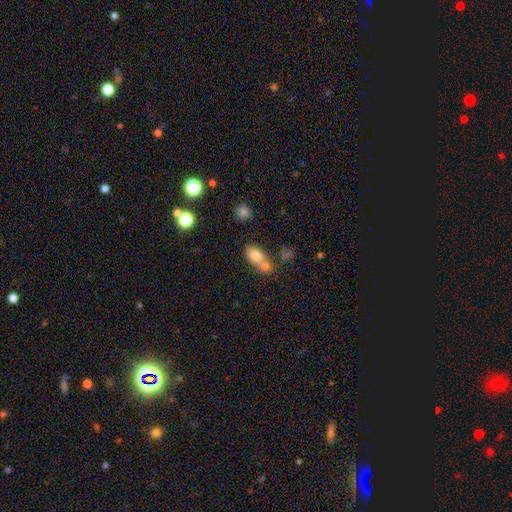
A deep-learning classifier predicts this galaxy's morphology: Smooth or featured? Predicted: smooth (p=0.76). How rounded? Predicted: in between (p=0.78). Merging? Predicted: merger (p=0.59).